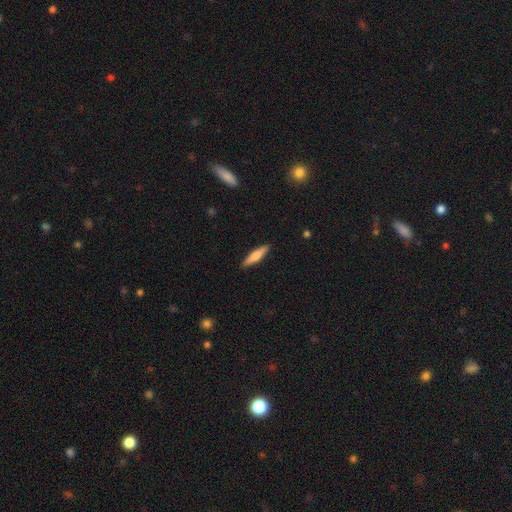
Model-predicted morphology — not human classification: Smooth or featured? Predicted: smooth (p=0.62). How rounded? Predicted: cigar-shaped (p=0.83). Merging? Predicted: none (p=0.90).